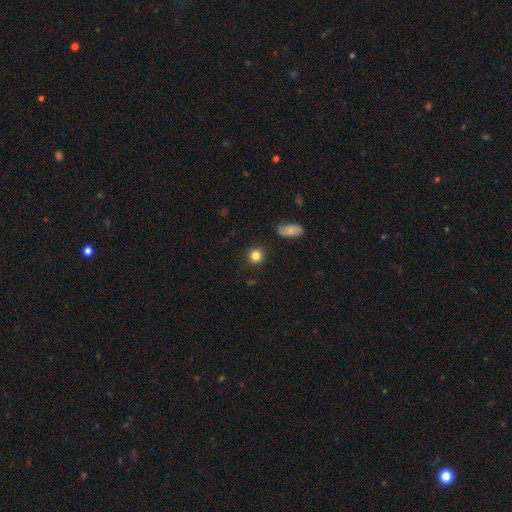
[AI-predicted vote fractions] Morphology: type=smooth (83%); roundness=round (90%); merging=none (89%).